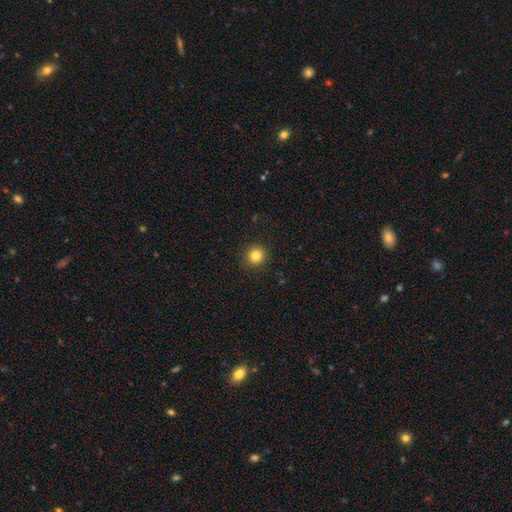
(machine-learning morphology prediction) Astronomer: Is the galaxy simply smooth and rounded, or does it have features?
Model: smooth — 82%.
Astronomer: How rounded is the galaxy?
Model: round — 92%.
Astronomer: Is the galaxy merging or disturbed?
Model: none — 92%.